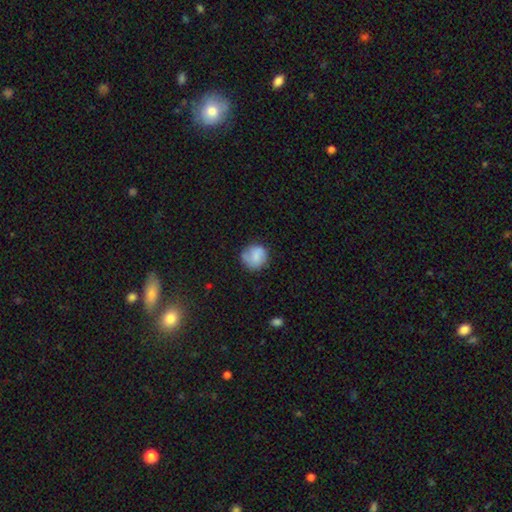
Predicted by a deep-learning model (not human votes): Smooth or featured: smooth — 75% (featured or disk — 17%)
How rounded: round — 87% (in between — 12%)
Merging: none — 72% (minor disturbance — 20%)